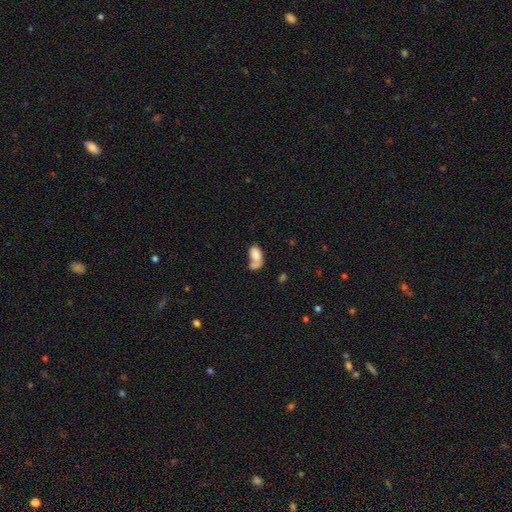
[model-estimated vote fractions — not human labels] smooth_or_featured: smooth (p=0.72) [alt: featured or disk p=0.19]
how_rounded: in between (p=0.89) [alt: round p=0.09]
merging: merger (p=0.40) [alt: none p=0.26]